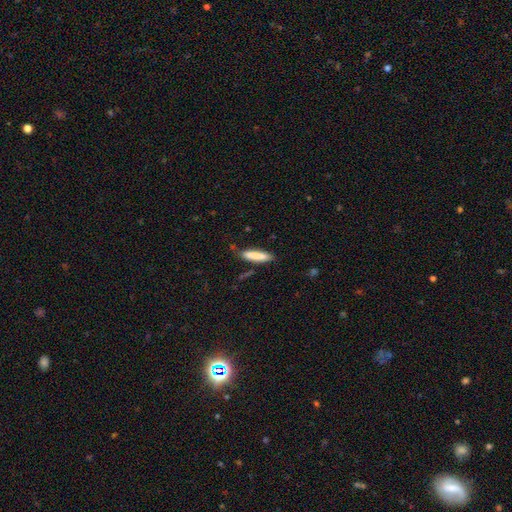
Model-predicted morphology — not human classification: smooth_or_featured: smooth (p=0.83) [alt: featured or disk p=0.11]
how_rounded: cigar-shaped (p=0.80) [alt: in between p=0.19]
merging: none (p=0.80) [alt: minor disturbance p=0.14]